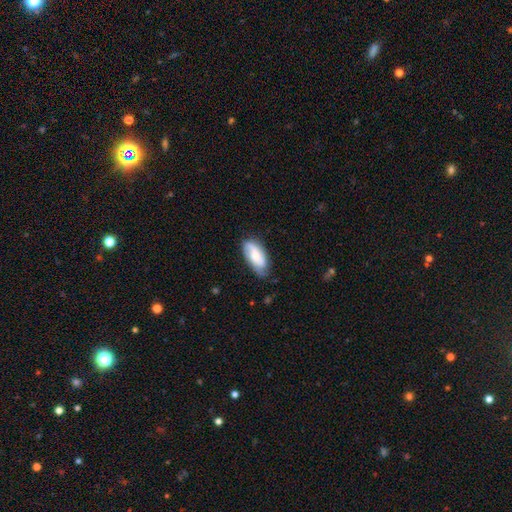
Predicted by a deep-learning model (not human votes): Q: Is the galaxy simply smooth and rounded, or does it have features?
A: featured or disk — 48%.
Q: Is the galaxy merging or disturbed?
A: none — 67%.